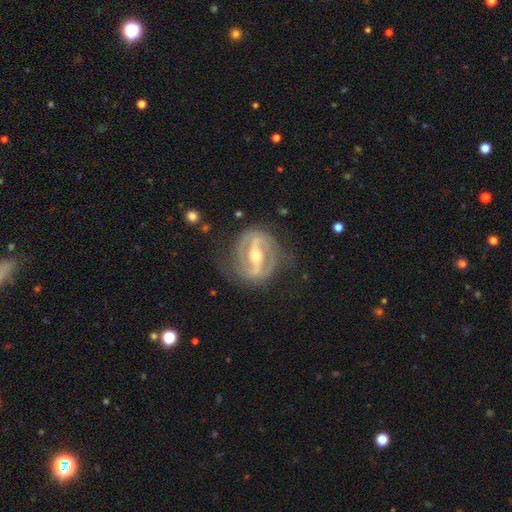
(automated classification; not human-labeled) A featured or disk galaxy (88%) with a strong bar (65%), 2 (79%) tight (48%) spiral arms (92%) and a moderate central bulge (53%).

Vote fractions:
- Smooth or featured? featured or disk: 88% / smooth: 6% / star or artifact: 5%
- Edge-on disk? no: 95% / yes: 5%
- Bar? strong: 65% / weak: 25% / no: 10%
- Spiral arms? yes: 92% / no: 8%
- Spiral winding? tight: 48% / medium: 40% / loose: 12%
- Spiral arm count? 2: 79% / can't tell: 9% / 3: 7% / 1: 2% / 4: 2% / more than 4: 1%
- Bulge size? moderate: 53% / small: 44% / large: 2% / none: 1% / dominant: 1%
- Merging? none: 73% / minor disturbance: 16% / major disturbance: 9% / merger: 1%